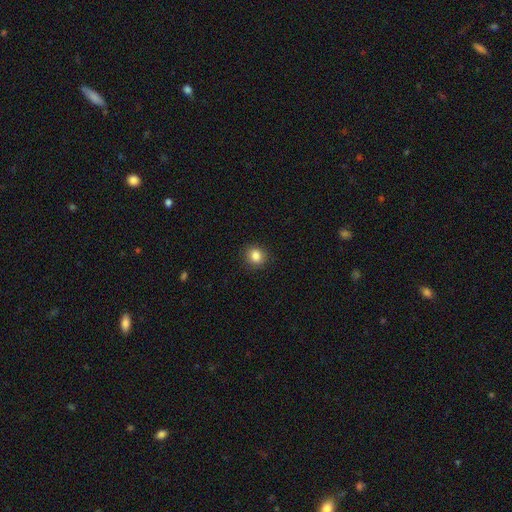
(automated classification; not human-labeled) This appears to be a smooth galaxy with no disk features (85%) that is round (80%). Merging: none (89%).